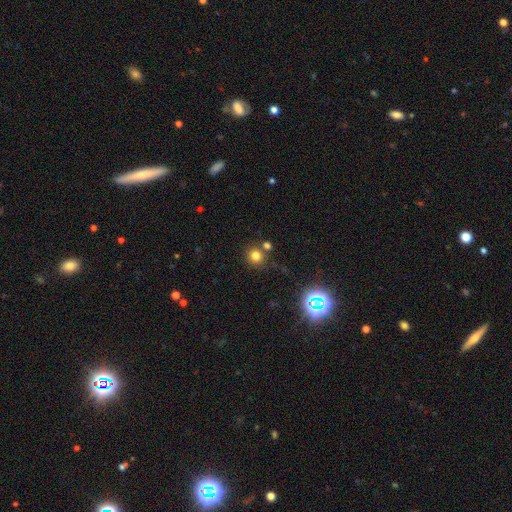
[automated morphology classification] This is likely a smooth galaxy (75%). How rounded: clearly round (90%). Merging: likely none (73%).